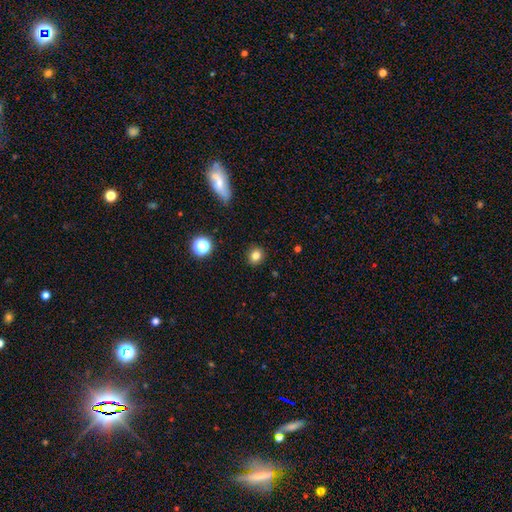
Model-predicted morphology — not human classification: A smooth galaxy with no disk features (81%) that is round (78%).

Vote fractions:
- Smooth or featured? smooth: 81% / star or artifact: 13% / featured or disk: 6%
- How rounded? round: 78% / in between: 21% / cigar-shaped: 1%
- Merging? none: 90% / minor disturbance: 7% / major disturbance: 2% / merger: 1%